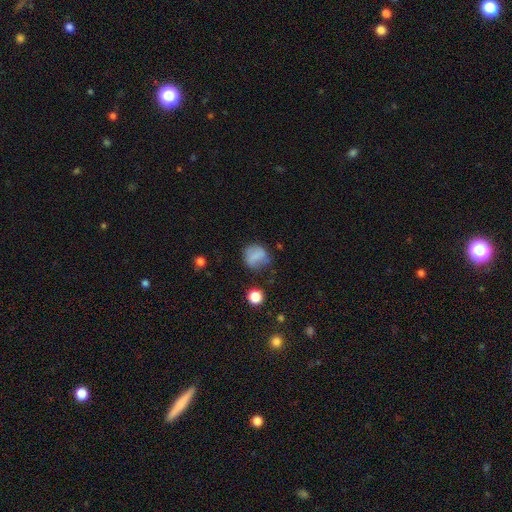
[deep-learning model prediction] smooth-or-featured: smooth: 74% | featured or disk: 15% | star or artifact: 11%
  how-rounded: round: 75% | in between: 24% | cigar-shaped: 1%
  merging: none: 58% | minor disturbance: 27% | major disturbance: 12% | merger: 3%